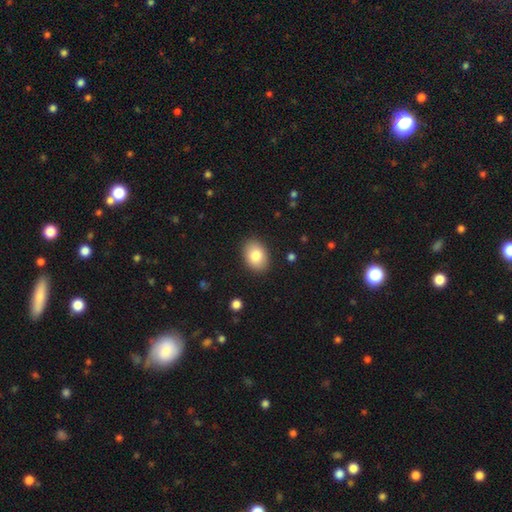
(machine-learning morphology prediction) Smooth or featured: smooth — 83% (featured or disk — 9%)
How rounded: in between — 78% (round — 21%)
Merging: none — 88% (minor disturbance — 8%)